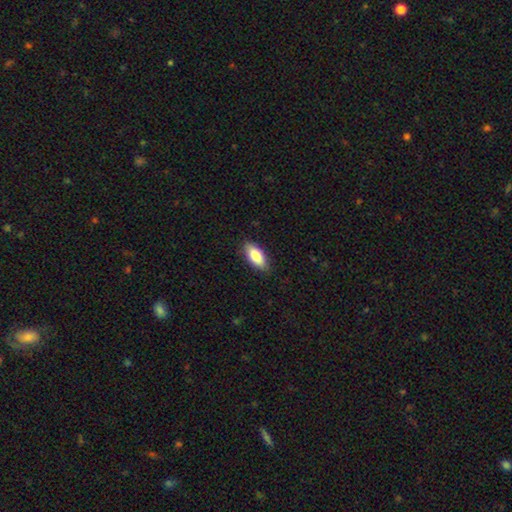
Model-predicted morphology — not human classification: smooth_or_featured: smooth (p=0.85) [alt: featured or disk p=0.09]
how_rounded: in between (p=0.85) [alt: cigar-shaped p=0.12]
merging: none (p=0.85) [alt: minor disturbance p=0.12]